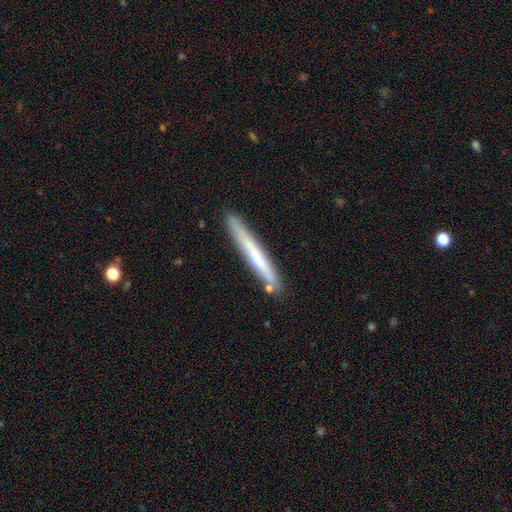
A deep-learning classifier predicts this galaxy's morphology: smooth-or-featured: smooth: 52% | featured or disk: 42% | star or artifact: 6%
  how-rounded: cigar-shaped: 97% | in between: 2% | round: 1%
  merging: none: 82% | minor disturbance: 12% | merger: 4% | major disturbance: 2%